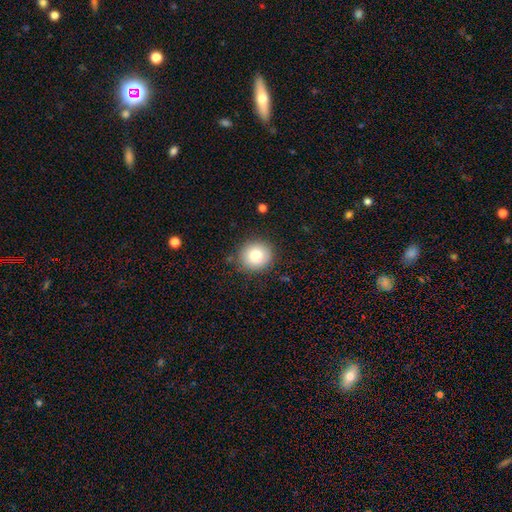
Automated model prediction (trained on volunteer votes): Overall: smooth (80%). How rounded: round (89%). Merging: none (87%).